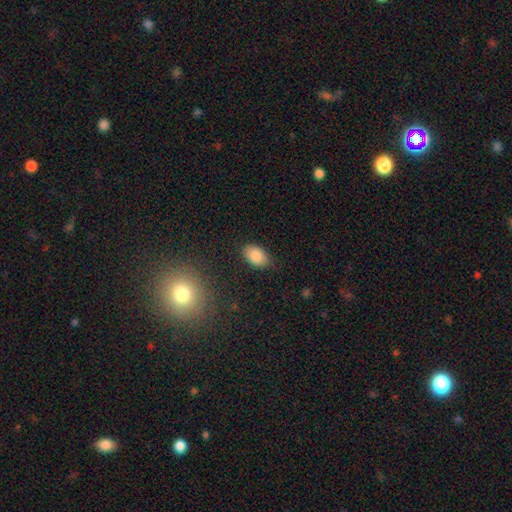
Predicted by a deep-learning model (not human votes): A smooth galaxy with no disk features (85%) that is in between round and cigar-shaped (91%).

Vote fractions:
- Smooth or featured? smooth: 85% / star or artifact: 8% / featured or disk: 7%
- How rounded? in between: 91% / round: 8% / cigar-shaped: 1%
- Merging? none: 85% / minor disturbance: 11% / major disturbance: 3% / merger: 1%